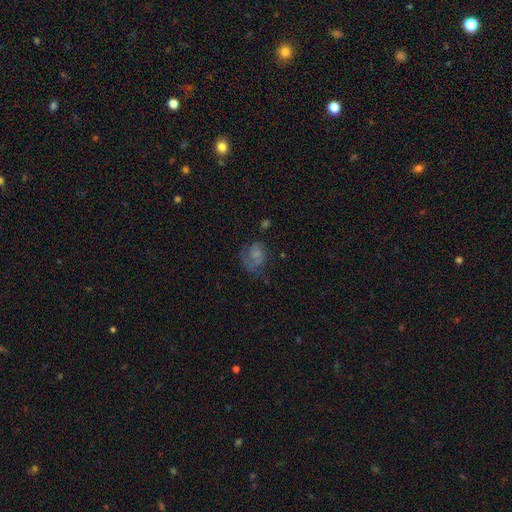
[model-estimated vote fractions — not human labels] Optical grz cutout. It shows a featured or disk galaxy (45%). Merging: none (48%).